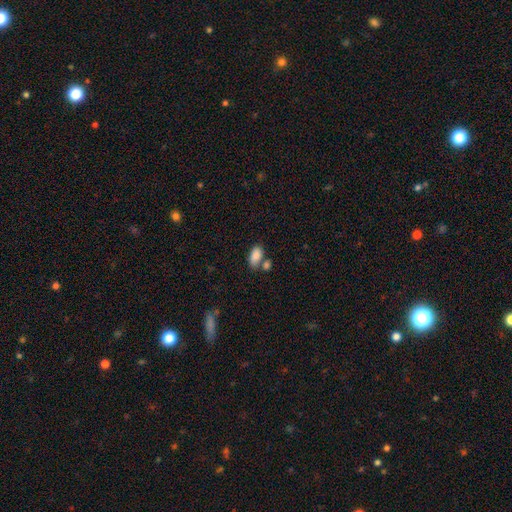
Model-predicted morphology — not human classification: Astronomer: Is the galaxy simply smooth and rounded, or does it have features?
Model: smooth — 86%.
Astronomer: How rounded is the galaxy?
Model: in between — 93%.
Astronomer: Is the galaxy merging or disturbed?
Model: none — 53% (runner-up: merger, 28%).